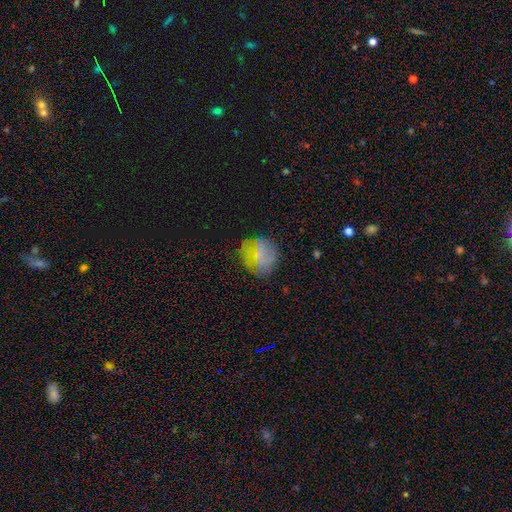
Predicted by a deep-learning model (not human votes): Smooth or featured? Predicted: smooth (p=0.43). Merging? Predicted: none (p=0.72).